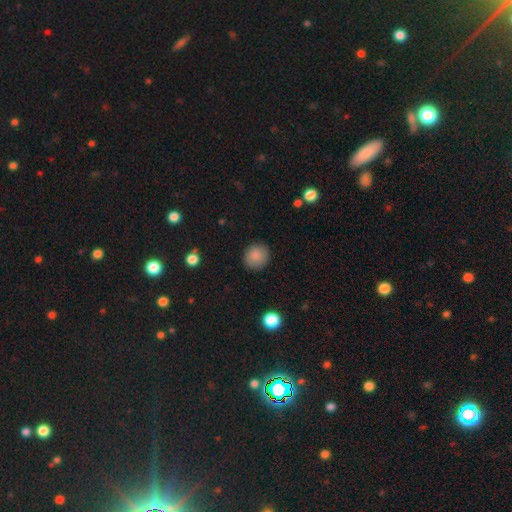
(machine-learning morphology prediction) type=smooth (87%); roundness=round (87%); merging=none (88%).